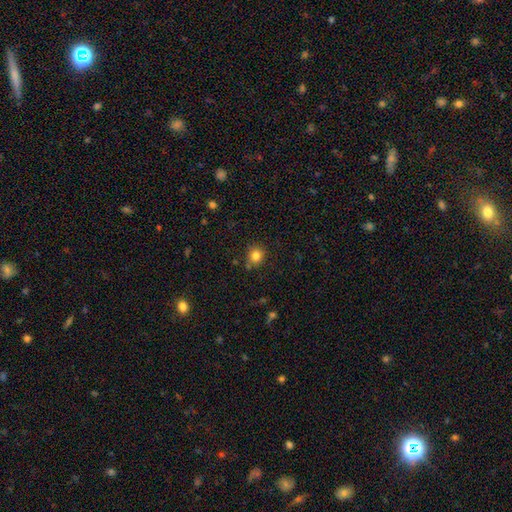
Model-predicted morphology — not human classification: Overall: smooth (82%). How rounded: round (87%). Merging: none (81%).